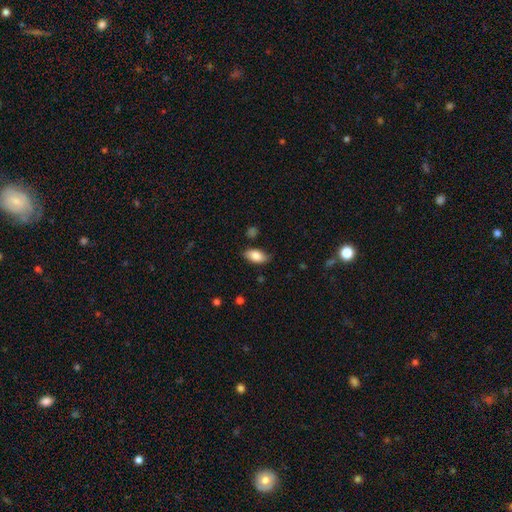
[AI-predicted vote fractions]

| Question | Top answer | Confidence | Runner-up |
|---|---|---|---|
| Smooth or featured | smooth | 83% | featured or disk (11%) |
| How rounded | in between | 91% | cigar-shaped (5%) |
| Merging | none | 79% | minor disturbance (16%) |